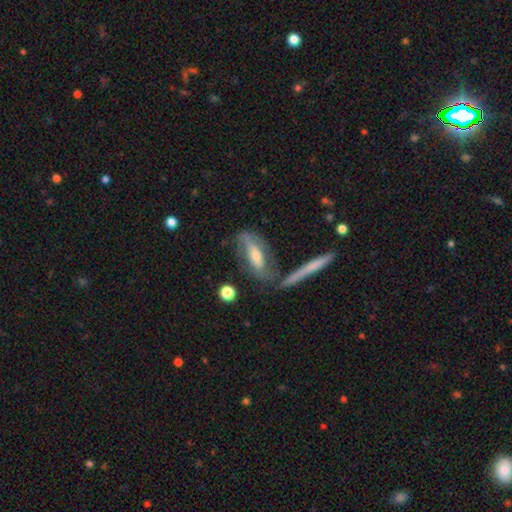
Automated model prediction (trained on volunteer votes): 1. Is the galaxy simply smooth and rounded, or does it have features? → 58% featured or disk, 34% smooth, 8% star or artifact.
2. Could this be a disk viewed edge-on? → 65% no, 35% yes.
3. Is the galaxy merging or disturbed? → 55% none, 19% minor disturbance, 15% merger, 11% major disturbance.